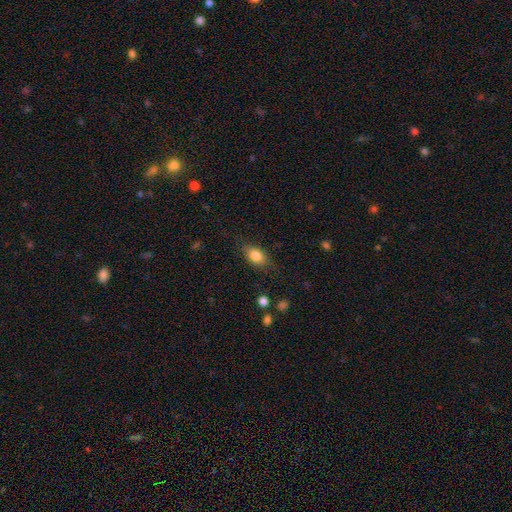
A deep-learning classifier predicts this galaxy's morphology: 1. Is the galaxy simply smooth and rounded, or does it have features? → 82% smooth, 10% featured or disk, 8% star or artifact.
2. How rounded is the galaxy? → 80% in between, 16% round, 4% cigar-shaped.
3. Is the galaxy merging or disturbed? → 77% none, 16% minor disturbance, 5% major disturbance, 1% merger.